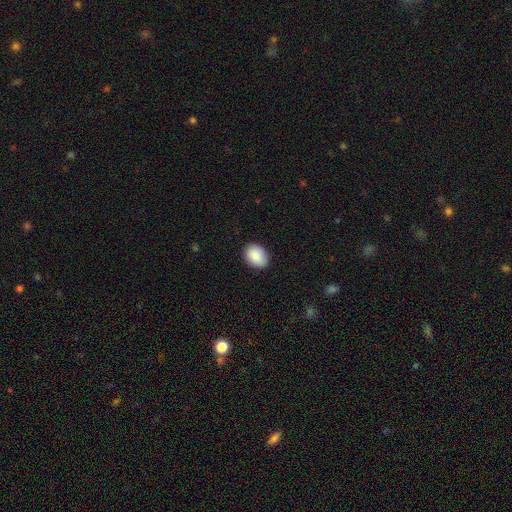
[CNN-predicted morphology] The model was most divided on "how rounded": in between: 71%, round: 28%, cigar-shaped: 1%. More confident: smooth or featured — smooth (89%); merging — none (87%).